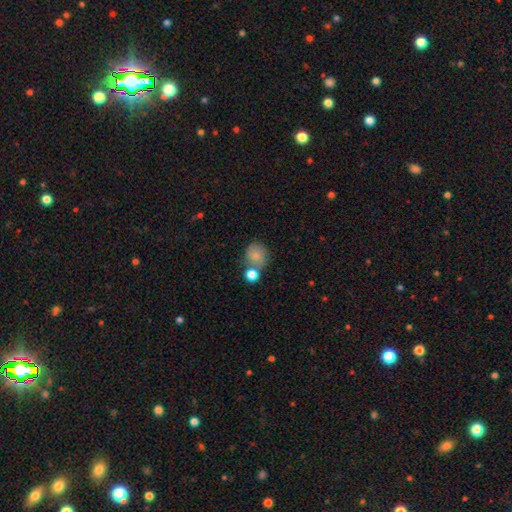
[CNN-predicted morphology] smooth 78%, featured or disk 12%, star or artifact 10%. Down the decision tree: how rounded — round (80%); merging — none (52%).